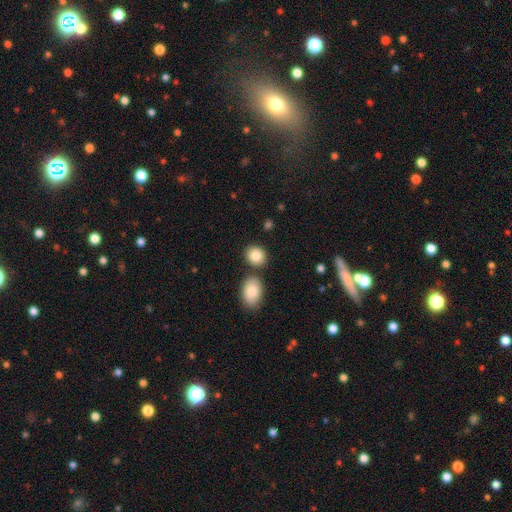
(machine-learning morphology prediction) Smooth or featured? Predicted: smooth (p=0.85). How rounded? Predicted: round (p=0.58). Merging? Predicted: none (p=0.74).